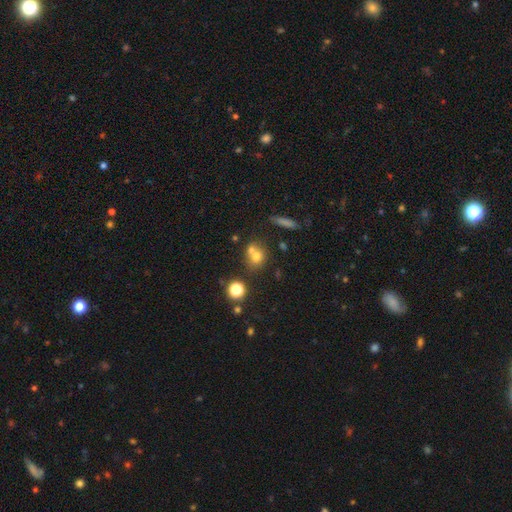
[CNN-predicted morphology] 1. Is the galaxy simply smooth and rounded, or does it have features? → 67% smooth, 18% featured or disk, 15% star or artifact.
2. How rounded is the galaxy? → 70% round, 28% in between, 2% cigar-shaped.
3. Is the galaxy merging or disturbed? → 49% merger, 38% none, 9% minor disturbance, 4% major disturbance.